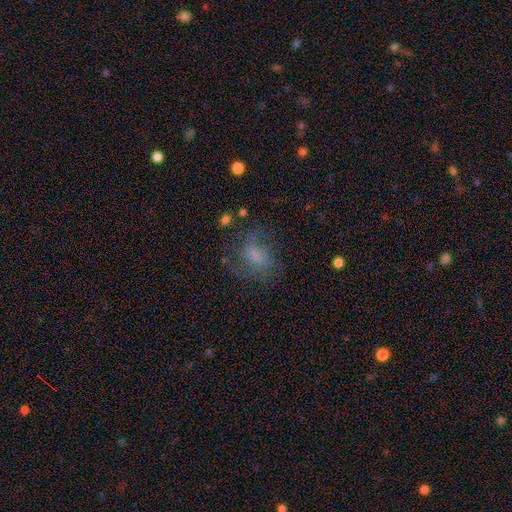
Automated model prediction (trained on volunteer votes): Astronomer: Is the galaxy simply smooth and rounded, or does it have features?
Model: smooth — 54% (runner-up: featured or disk, 32%).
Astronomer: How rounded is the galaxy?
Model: in between — 64%.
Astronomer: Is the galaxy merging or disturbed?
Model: none — 57%.